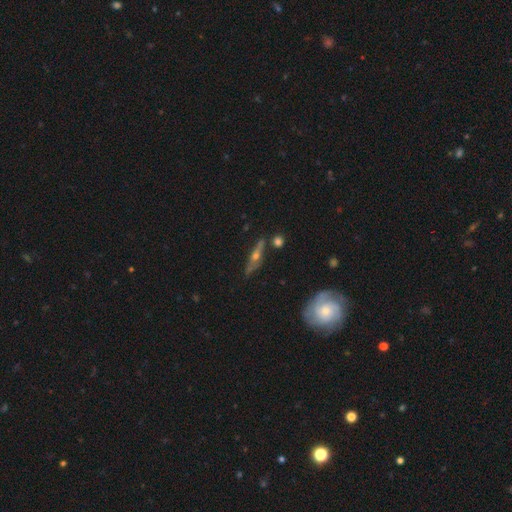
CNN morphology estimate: smooth-or-featured: featured or disk: 74% | smooth: 18% | star or artifact: 8%
  disk-edge-on: yes: 87% | no: 13%
    edge-on-bulge: rounded: 93% | none: 4% | boxy: 3%
  merging: none: 78% | minor disturbance: 13% | merger: 5% | major disturbance: 4%